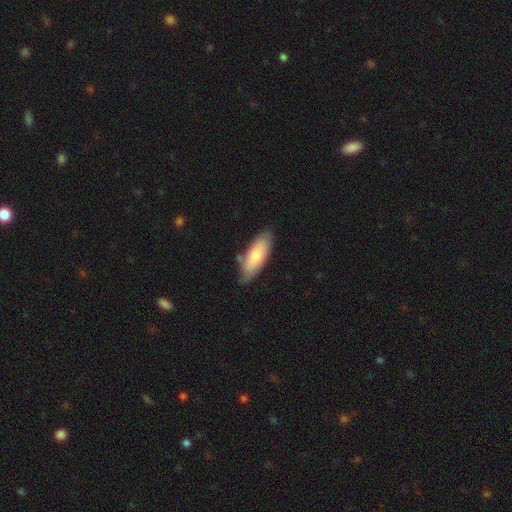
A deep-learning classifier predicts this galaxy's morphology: smooth_or_featured: smooth (p=0.74) [alt: featured or disk p=0.21]
how_rounded: in between (p=0.75) [alt: cigar-shaped p=0.23]
merging: none (p=0.67) [alt: minor disturbance p=0.24]